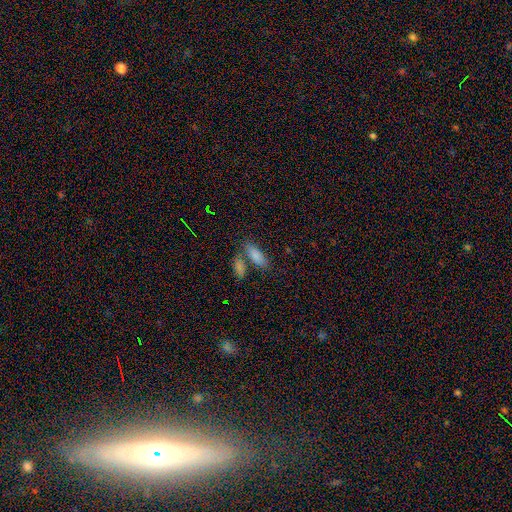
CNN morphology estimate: smooth 83%, featured or disk 9%, star or artifact 8%. Down the decision tree: how rounded — in between (74%); merging — none (57%).